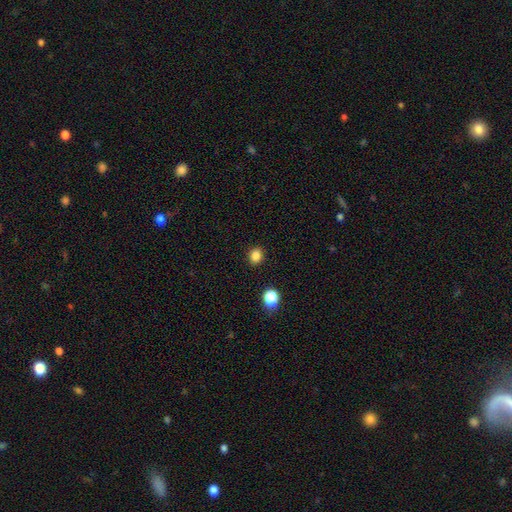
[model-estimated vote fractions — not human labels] This is clearly a smooth galaxy (84%). How rounded: likely round (60%). Merging: clearly none (89%).